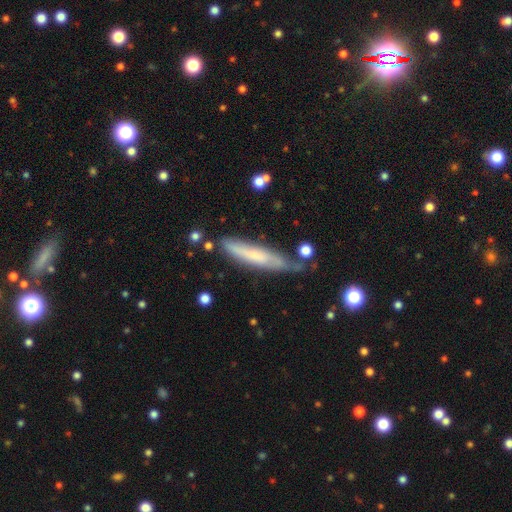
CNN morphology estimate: Smooth or featured? smooth (55%)
How rounded? cigar-shaped (87%)
Merging? none (55%)